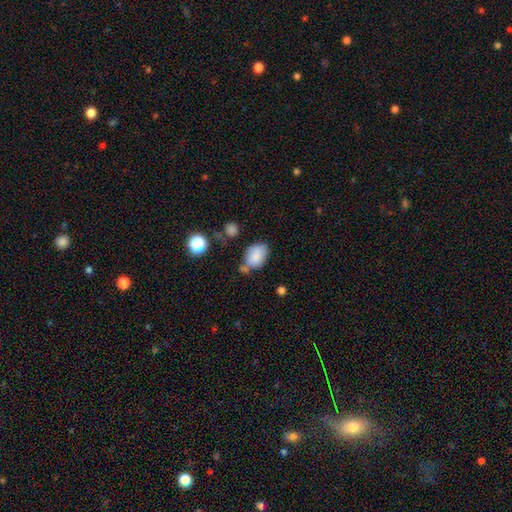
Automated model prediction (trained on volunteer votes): A smooth galaxy with no disk features (83%) that is in between round and cigar-shaped (80%).

Vote fractions:
- Smooth or featured? smooth: 83% / featured or disk: 9% / star or artifact: 8%
- How rounded? in between: 80% / round: 19% / cigar-shaped: 1%
- Merging? none: 50% / minor disturbance: 25% / merger: 17% / major disturbance: 8%